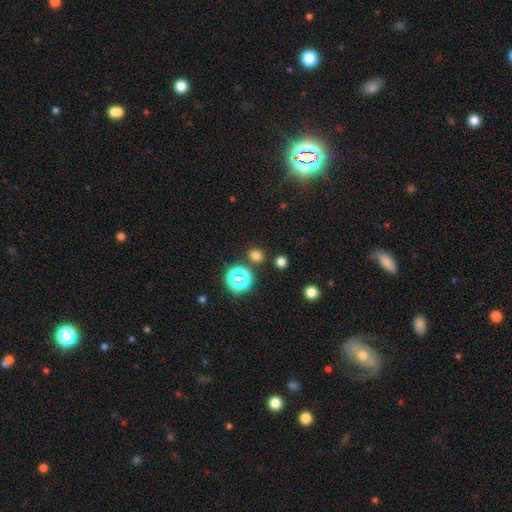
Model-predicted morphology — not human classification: This is likely a smooth galaxy (70%). How rounded: likely round (74%). Merging: clearly none (83%).